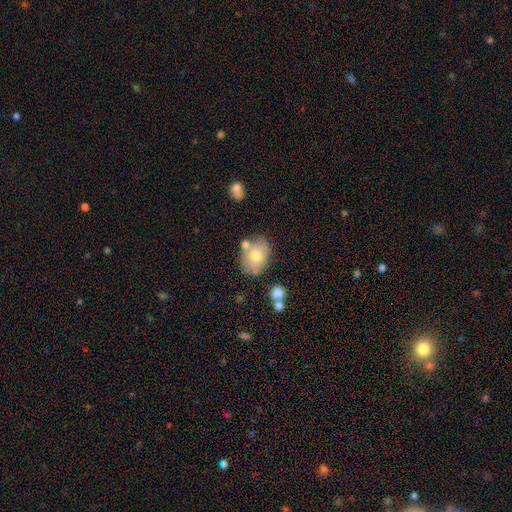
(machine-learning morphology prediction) Smooth or featured? smooth (66%)
How rounded? in between (68%)
Merging? none (63%)